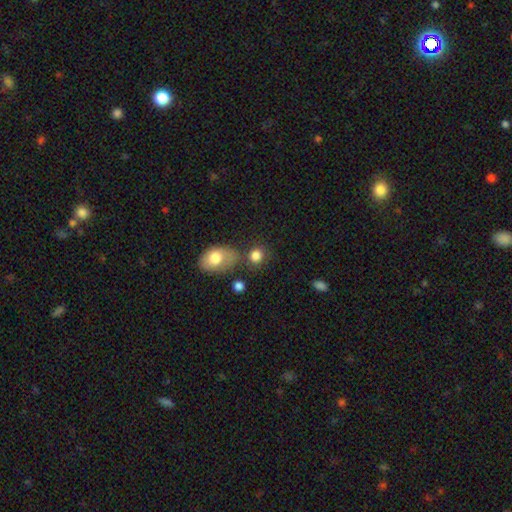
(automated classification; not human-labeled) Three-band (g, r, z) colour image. It shows a smooth galaxy with no disk features (83%) that is round (72%). Merging: none (65%).